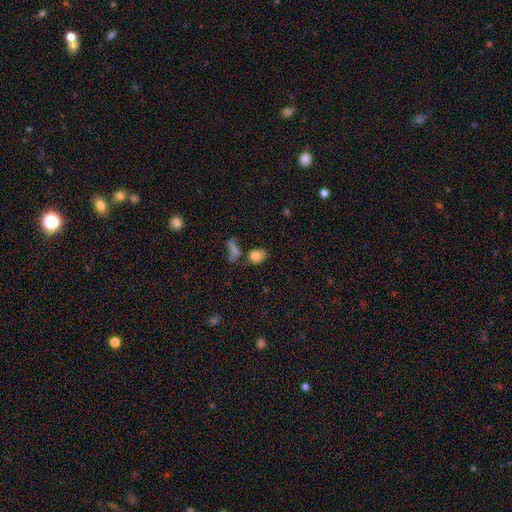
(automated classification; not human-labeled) smooth 80%, star or artifact 11%, featured or disk 9%. Down the decision tree: how rounded — in between (54%); merging — none (54%).